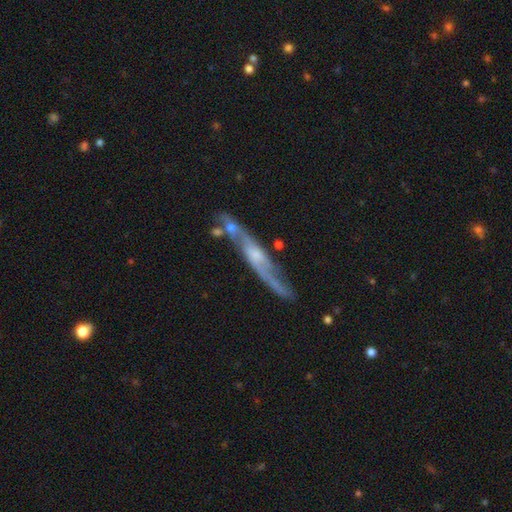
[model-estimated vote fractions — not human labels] A featured or disk galaxy (78%) viewed edge-on (55%). Merging: none (58%).